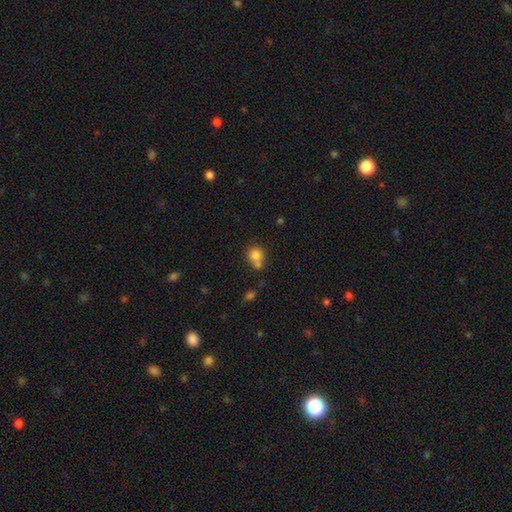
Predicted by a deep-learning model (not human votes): smooth_or_featured: smooth (p=0.80) [alt: star or artifact p=0.11]
how_rounded: round (p=0.79) [alt: in between p=0.20]
merging: none (p=0.46) [alt: merger p=0.37]